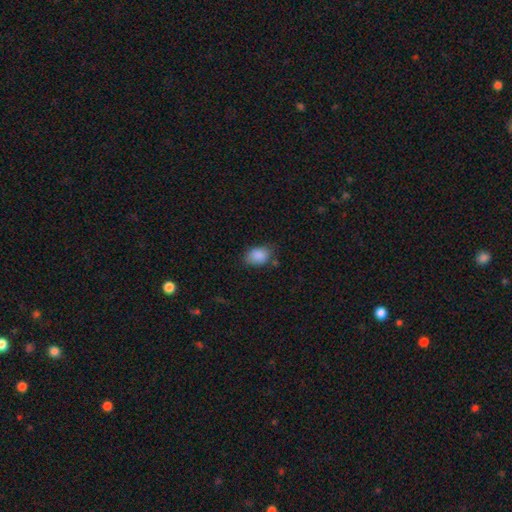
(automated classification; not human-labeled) smooth 87%, star or artifact 8%, featured or disk 4%. Down the decision tree: how rounded — in between (81%); merging — none (69%).